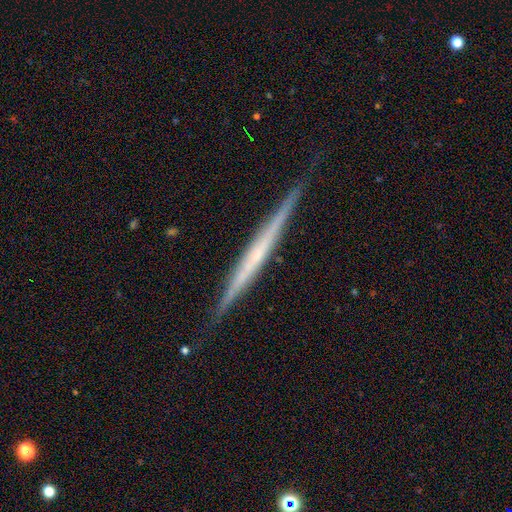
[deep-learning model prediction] Smooth or featured? featured or disk (71%)
Edge-on disk? yes (98%)
Edge-on bulge? none (75%)
Merging? none (88%)